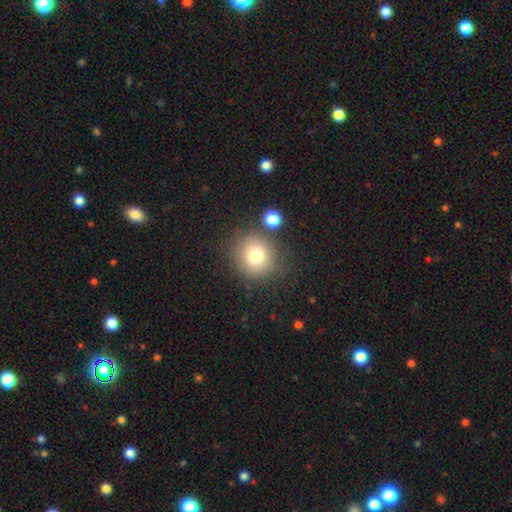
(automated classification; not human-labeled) Smooth or featured: smooth — 77% (star or artifact — 12%)
How rounded: round — 87% (in between — 12%)
Merging: none — 75% (minor disturbance — 11%)